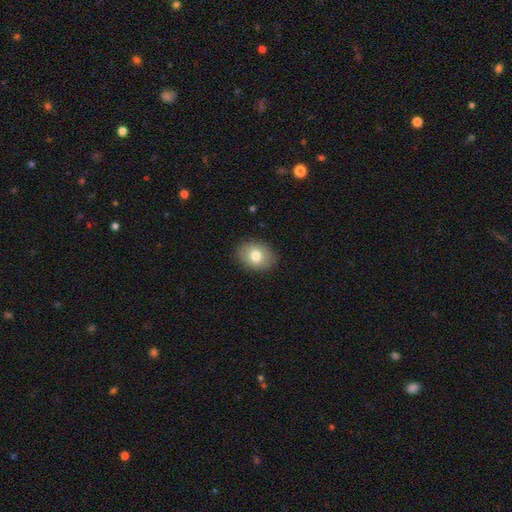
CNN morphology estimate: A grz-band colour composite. It shows a smooth galaxy with no disk features (79%) that is in between round and cigar-shaped (59%). Merging: none (89%).